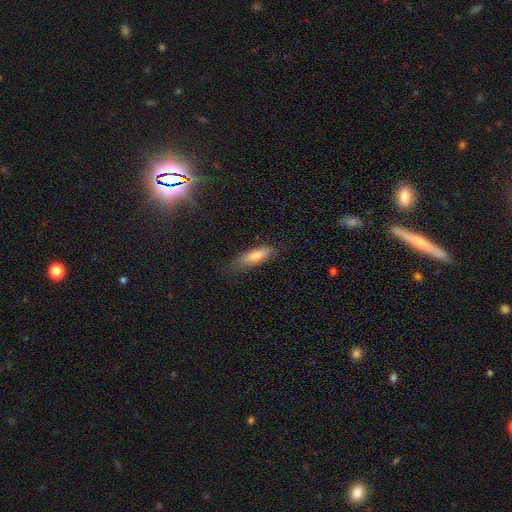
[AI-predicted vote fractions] smooth 74%, featured or disk 19%, star or artifact 7%. Down the decision tree: how rounded — cigar-shaped (54%); merging — none (72%).